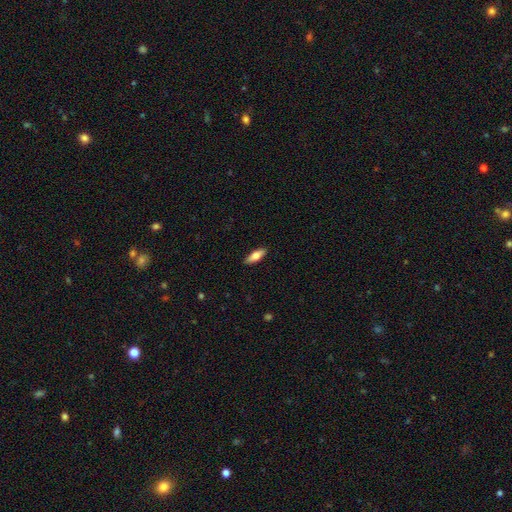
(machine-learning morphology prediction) A smooth galaxy with no disk features (70%) that is in between round and cigar-shaped (64%).

Vote fractions:
- Smooth or featured? smooth: 70% / featured or disk: 24% / star or artifact: 6%
- How rounded? in between: 64% / cigar-shaped: 34% / round: 2%
- Merging? none: 90% / minor disturbance: 8% / major disturbance: 2% / merger: 1%